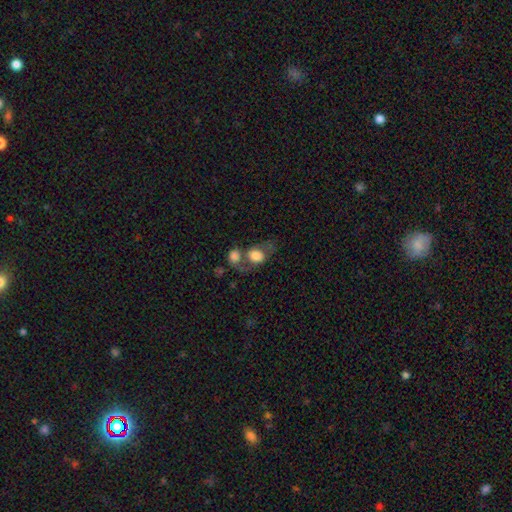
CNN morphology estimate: The model was most divided on "how rounded": in between: 50%, round: 48%, cigar-shaped: 2%. Remaining: smooth or featured — smooth (66%); merging — merger (48%).